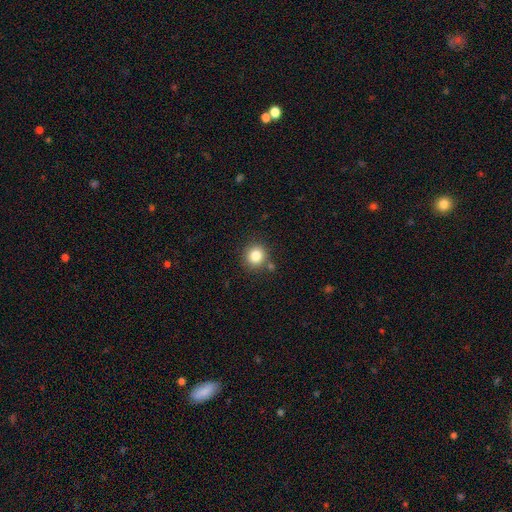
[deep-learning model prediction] The model was most divided on "smooth or featured": smooth: 83%, star or artifact: 11%, featured or disk: 6%. More confident: how rounded — round (88%); merging — none (81%).